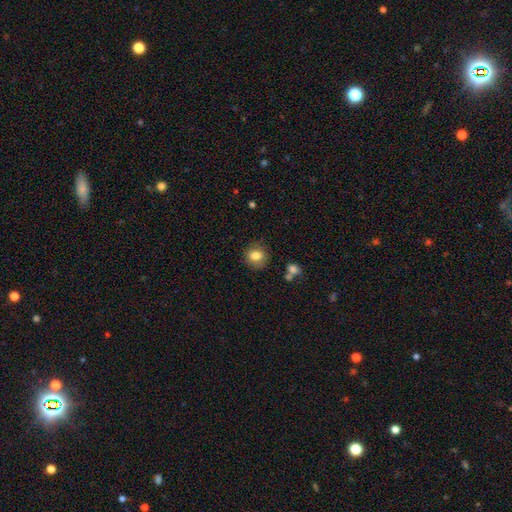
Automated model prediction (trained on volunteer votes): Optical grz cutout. It shows a smooth galaxy with no disk features (82%) that is round (73%). Merging: none (82%).